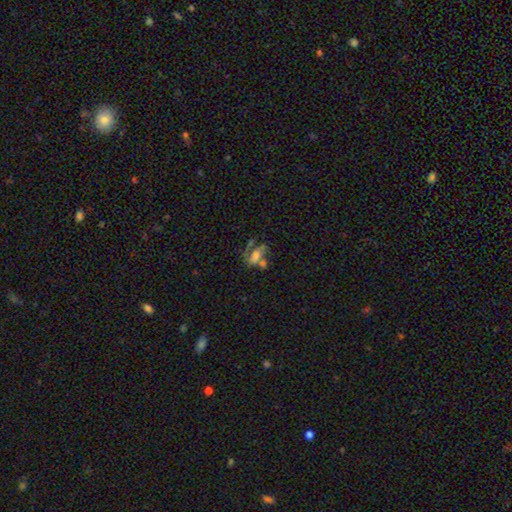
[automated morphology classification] type=featured or disk (50%); edge-on=no (94%); merging=merger (39%).